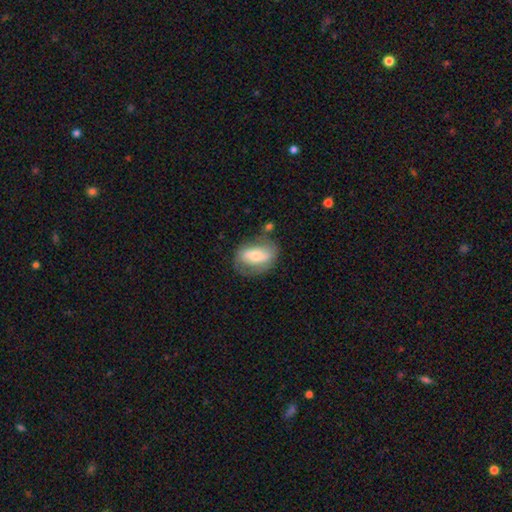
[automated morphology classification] This appears to be a featured or disk galaxy (48%). Merging: none (62%).